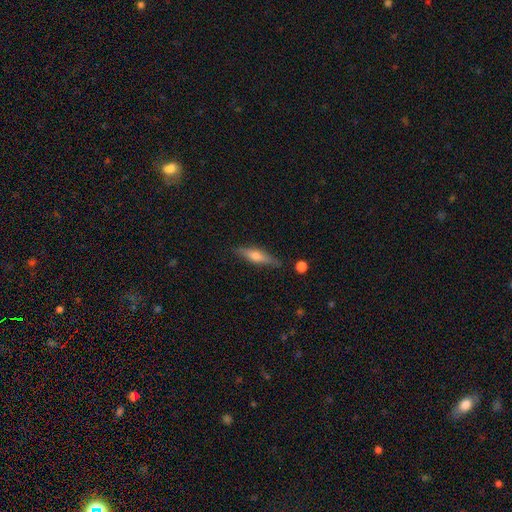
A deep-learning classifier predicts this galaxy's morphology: Smooth or featured: featured or disk — 49% (smooth — 44%)
Merging: none — 81% (minor disturbance — 14%)